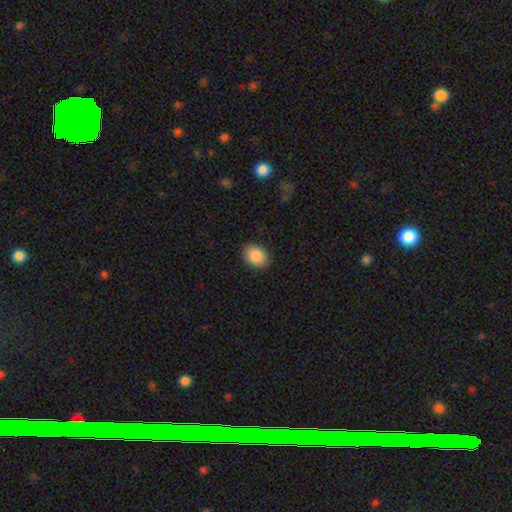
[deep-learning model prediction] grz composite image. It shows a smooth galaxy with no disk features (88%) that is in between round and cigar-shaped (62%). Merging: none (88%).